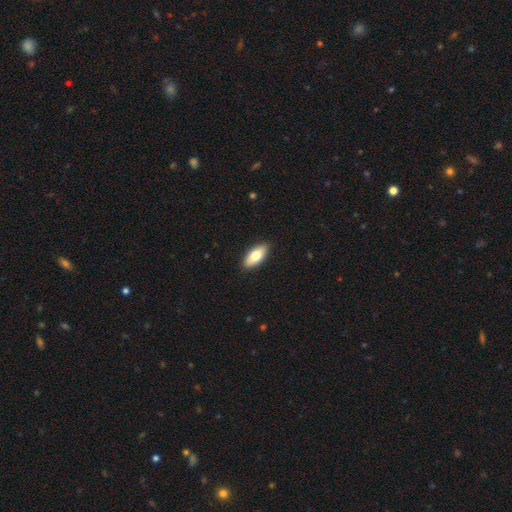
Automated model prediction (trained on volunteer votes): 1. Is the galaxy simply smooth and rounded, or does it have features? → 74% smooth, 20% featured or disk, 6% star or artifact.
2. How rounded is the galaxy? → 85% in between, 12% cigar-shaped, 3% round.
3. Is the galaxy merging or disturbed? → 90% none, 8% minor disturbance, 2% major disturbance, 1% merger.